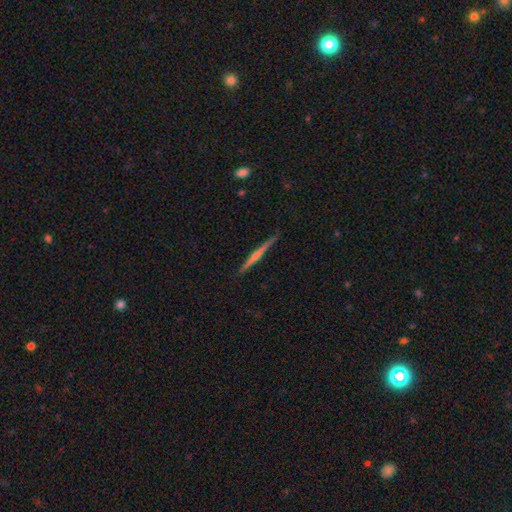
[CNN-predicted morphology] Smooth or featured?
  - featured or disk: 68% *
  - smooth: 26%
  - star or artifact: 6%
Edge-on disk?
  - yes: 98% *
  - no: 2%
Edge-on bulge?
  - rounded: 59% *
  - none: 32%
  - boxy: 8%
Merging?
  - none: 89% *
  - minor disturbance: 8%
  - major disturbance: 1%
  - merger: 1%